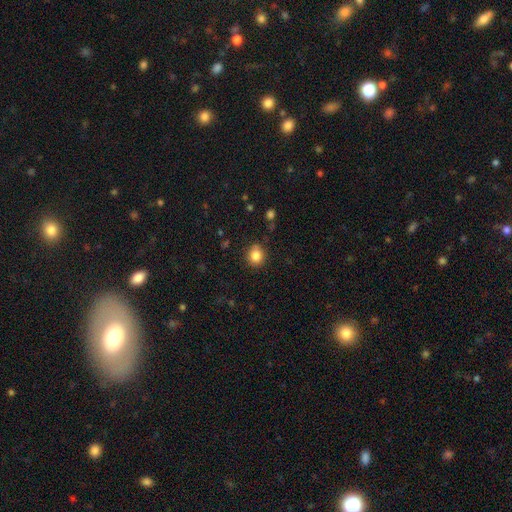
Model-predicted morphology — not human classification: Q: Smooth or featured?
A: smooth (84%); runner-up: star or artifact (11%)
Q: How rounded?
A: round (83%); runner-up: in between (16%)
Q: Merging?
A: none (82%); runner-up: minor disturbance (13%)